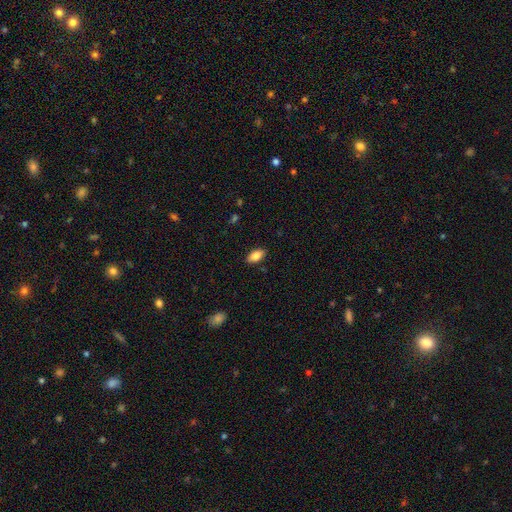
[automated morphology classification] smooth_or_featured: smooth (p=0.82) [alt: featured or disk p=0.10]
how_rounded: in between (p=0.90) [alt: cigar-shaped p=0.06]
merging: none (p=0.88) [alt: minor disturbance p=0.09]